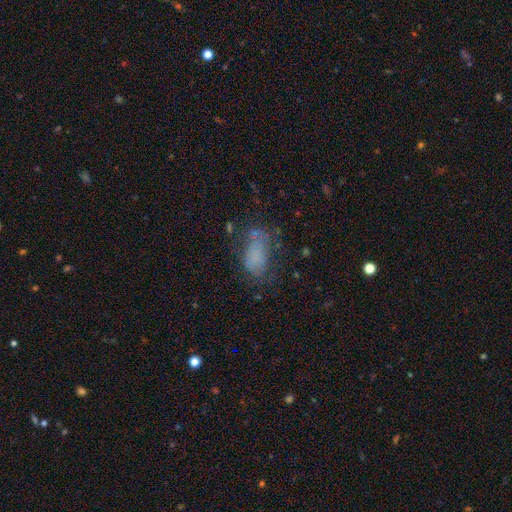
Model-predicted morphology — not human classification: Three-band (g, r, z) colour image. It shows a smooth galaxy with no disk features (65%) that is in between round and cigar-shaped (89%). Merging: none (43%).